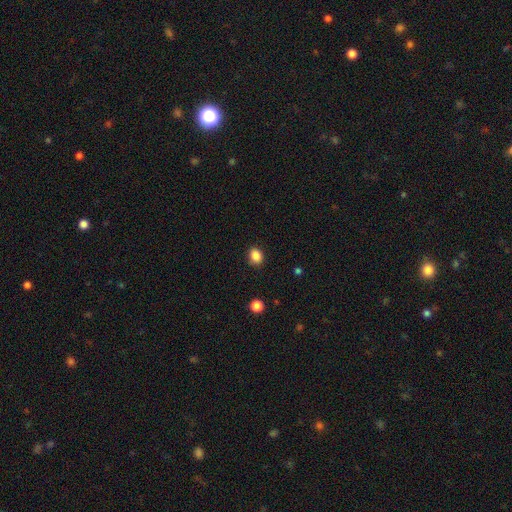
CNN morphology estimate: type=smooth (86%); roundness=in between (51%); merging=none (88%).